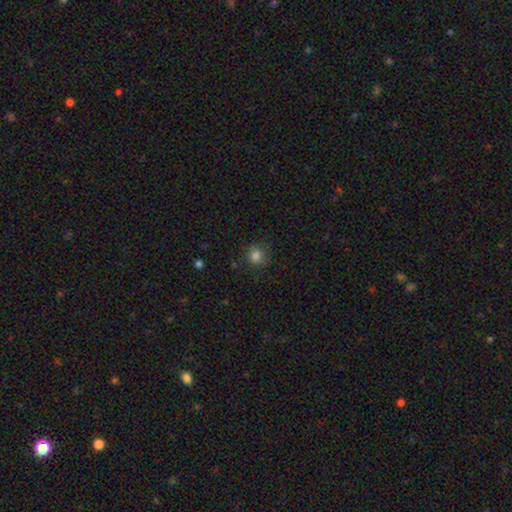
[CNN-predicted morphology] smooth_or_featured: smooth (p=0.82) [alt: star or artifact p=0.12]
how_rounded: round (p=0.84) [alt: in between p=0.15]
merging: none (p=0.74) [alt: minor disturbance p=0.18]